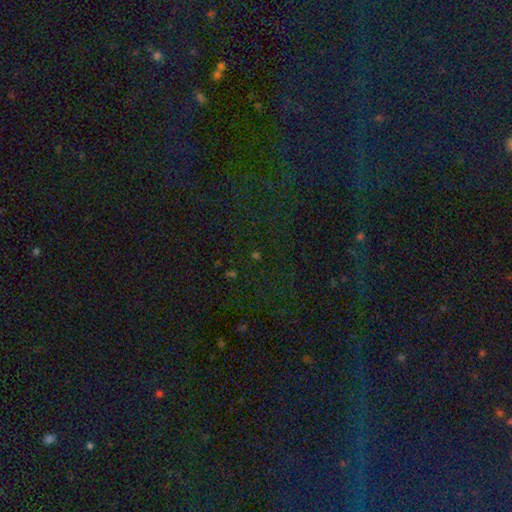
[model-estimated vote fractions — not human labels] Smooth or featured? star or artifact (72%)